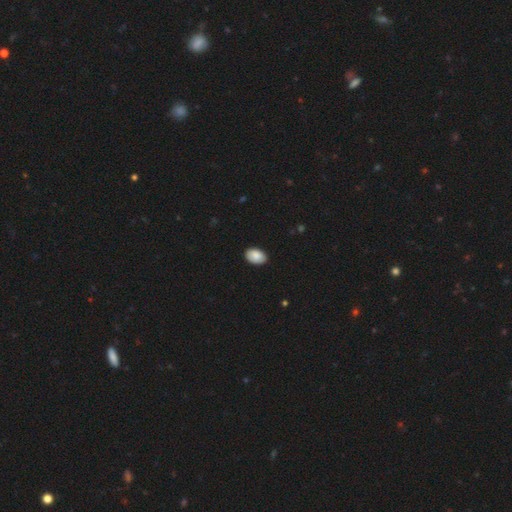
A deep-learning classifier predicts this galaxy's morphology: The model was most divided on "merging": none: 88%, minor disturbance: 10%, major disturbance: 2%, merger: 1%. More confident: how rounded — in between (89%); smooth or featured — smooth (88%).